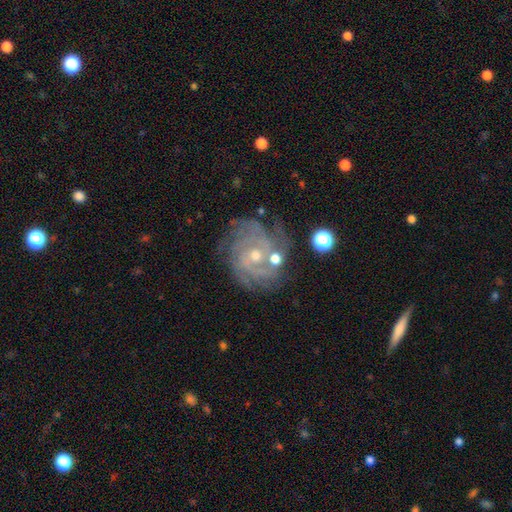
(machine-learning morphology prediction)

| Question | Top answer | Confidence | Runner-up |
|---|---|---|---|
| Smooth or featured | featured or disk | 86% | star or artifact (8%) |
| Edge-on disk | no | 98% | yes (2%) |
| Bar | no | 65% | weak (29%) |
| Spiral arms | yes | 97% | no (3%) |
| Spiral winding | tight | 70% | medium (25%) |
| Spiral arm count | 3 | 25% | tied: can't tell (25%) |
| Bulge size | moderate | 51% | small (45%) |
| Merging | none | 68% | minor disturbance (18%) |